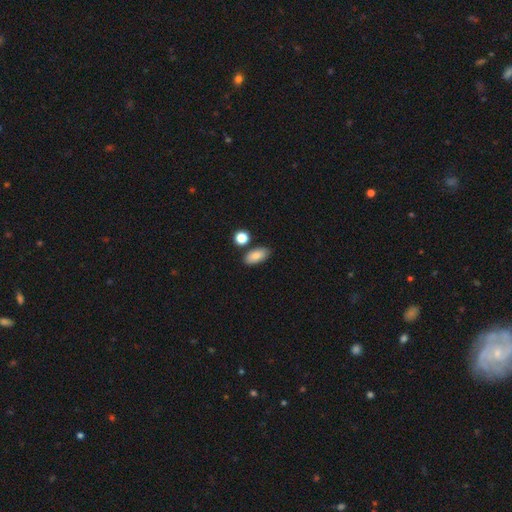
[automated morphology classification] Overall: smooth (83%). How rounded: in between (90%). Merging: none (80%).